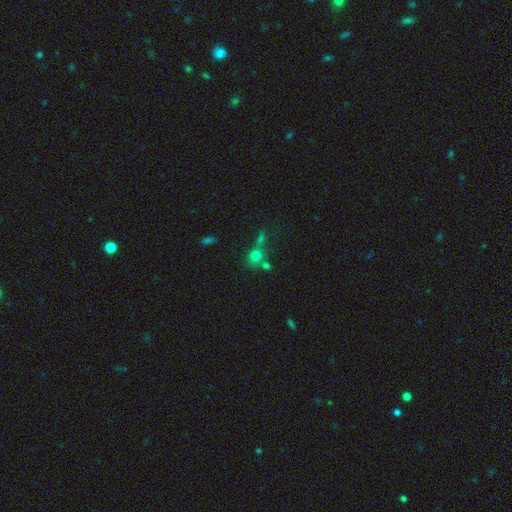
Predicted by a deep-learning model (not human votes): Morphology: type=smooth (69%); roundness=round (76%); merging=none (46%).